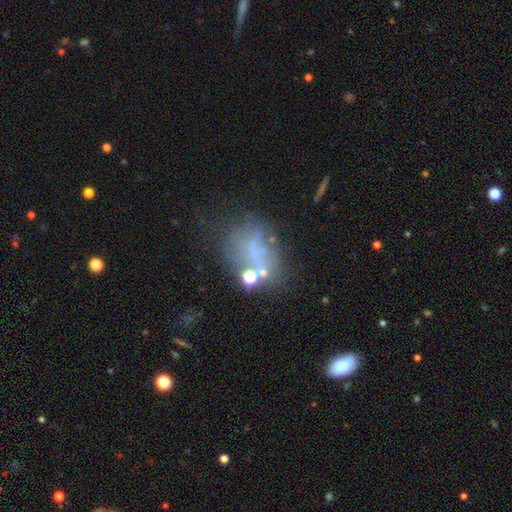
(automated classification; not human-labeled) Morphology: type=featured or disk (39%); merging=none (41%).